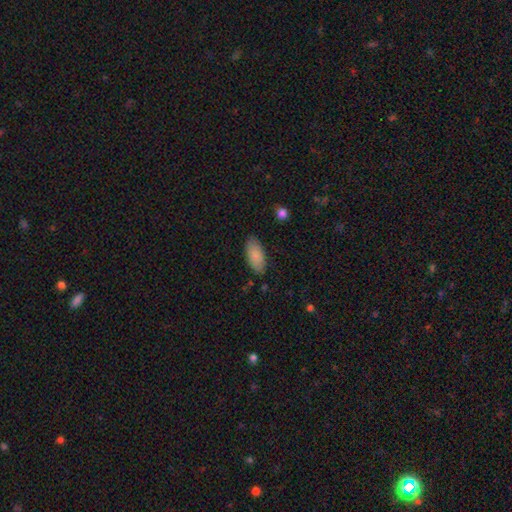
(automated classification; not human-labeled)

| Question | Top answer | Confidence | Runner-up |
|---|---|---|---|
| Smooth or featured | smooth | 87% | featured or disk (7%) |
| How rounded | in between | 90% | cigar-shaped (8%) |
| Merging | none | 84% | minor disturbance (12%) |